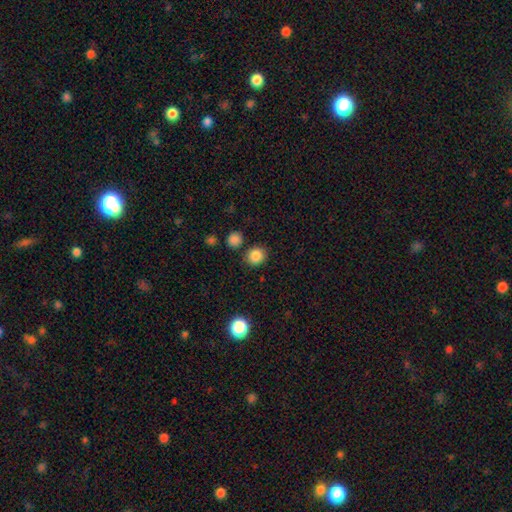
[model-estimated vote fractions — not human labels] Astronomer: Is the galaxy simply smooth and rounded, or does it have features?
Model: smooth — 85%.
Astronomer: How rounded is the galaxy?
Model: round — 79%.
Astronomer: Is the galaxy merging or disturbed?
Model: none — 83%.